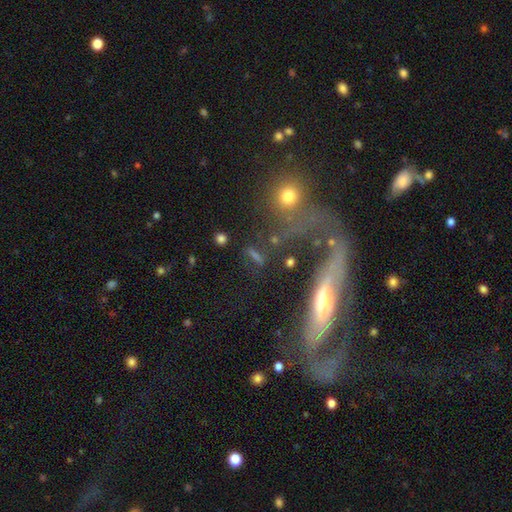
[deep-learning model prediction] Smooth or featured? Predicted: smooth (p=0.43). Merging? Predicted: none (p=0.51).